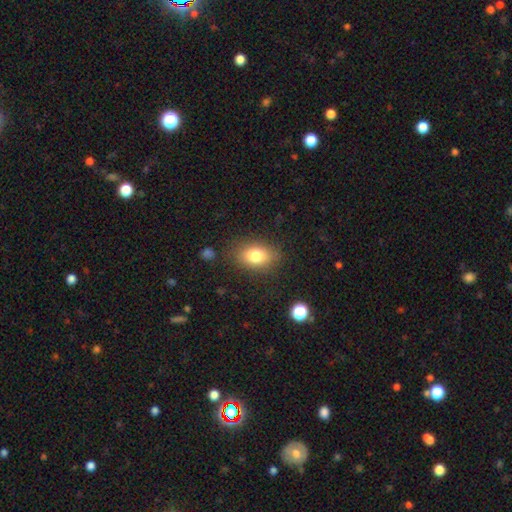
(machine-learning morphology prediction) smooth-or-featured: smooth: 79% | featured or disk: 11% | star or artifact: 10%
  how-rounded: in between: 81% | round: 17% | cigar-shaped: 2%
  merging: none: 81% | minor disturbance: 12% | major disturbance: 4% | merger: 2%